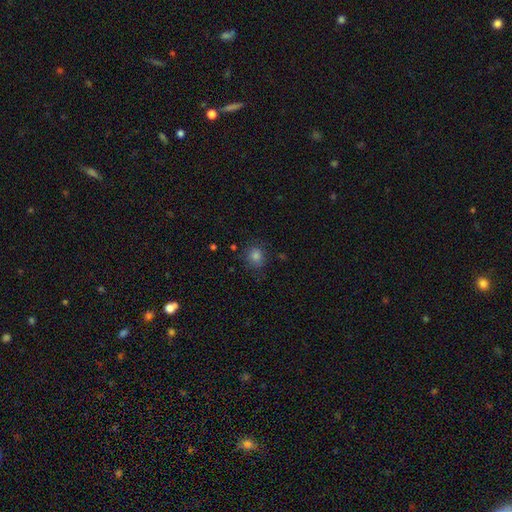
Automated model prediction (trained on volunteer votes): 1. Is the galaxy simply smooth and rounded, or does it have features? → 76% smooth, 17% star or artifact, 7% featured or disk.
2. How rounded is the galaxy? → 77% round, 22% in between, 1% cigar-shaped.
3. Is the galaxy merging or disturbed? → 79% none, 14% minor disturbance, 5% major disturbance, 2% merger.